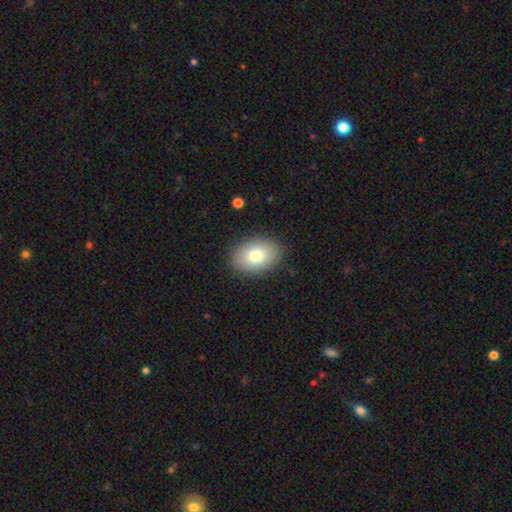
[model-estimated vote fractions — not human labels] Q: Smooth or featured?
A: smooth (78%); runner-up: featured or disk (13%)
Q: How rounded?
A: in between (80%); runner-up: round (19%)
Q: Merging?
A: none (88%); runner-up: minor disturbance (9%)